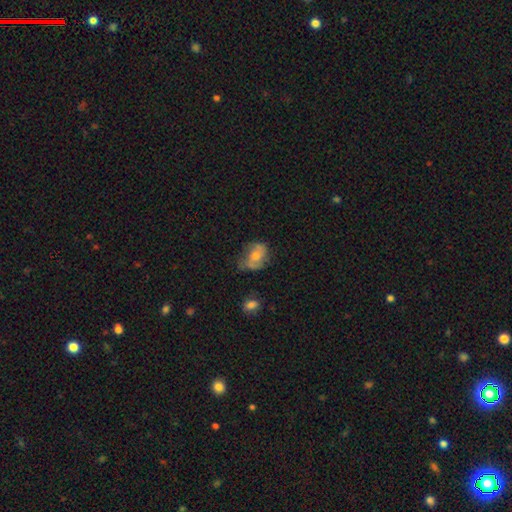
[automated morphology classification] Smooth or featured? featured or disk (55%)
Edge-on disk? no (96%)
Bar? no (62%)
Spiral arms? yes (73%)
Bulge size? moderate (63%)
Merging? none (53%)